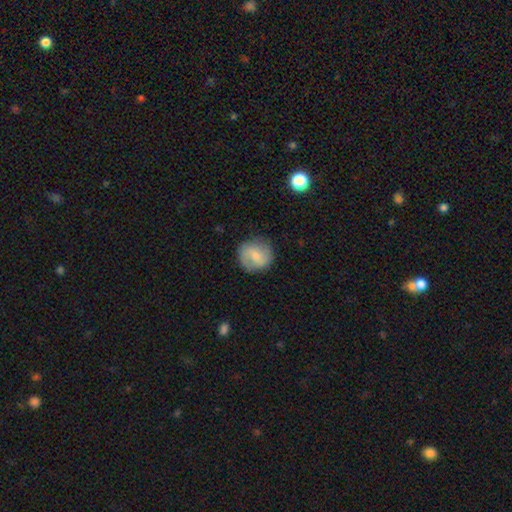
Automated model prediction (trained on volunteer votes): Morphology: type=smooth (57%); roundness=round (88%); merging=none (80%).